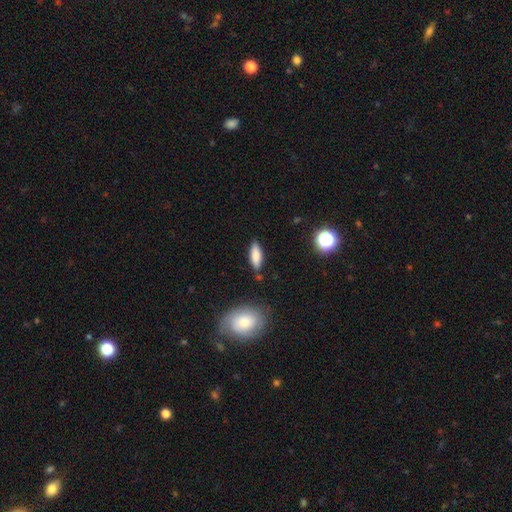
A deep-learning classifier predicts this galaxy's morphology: Smooth or featured?
  - smooth: 79% *
  - featured or disk: 14%
  - star or artifact: 7%
How rounded?
  - in between: 59% *
  - cigar-shaped: 39%
  - round: 2%
Merging?
  - none: 82% *
  - minor disturbance: 12%
  - merger: 3%
  - major disturbance: 3%